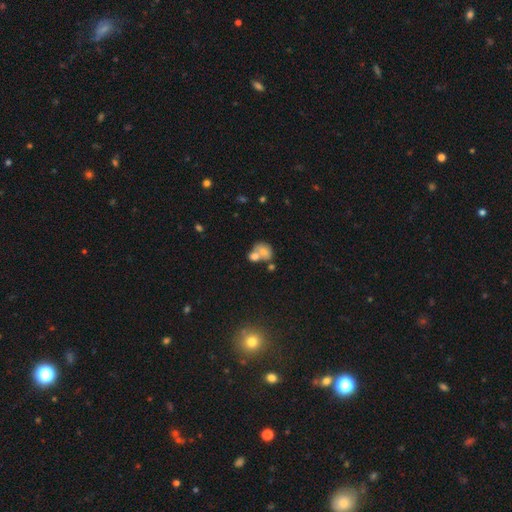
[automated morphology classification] Smooth or featured?
  - smooth: 69% *
  - featured or disk: 20%
  - star or artifact: 11%
How rounded?
  - in between: 53% *
  - round: 46%
  - cigar-shaped: 1%
Merging?
  - merger: 63% *
  - none: 24%
  - minor disturbance: 9%
  - major disturbance: 5%